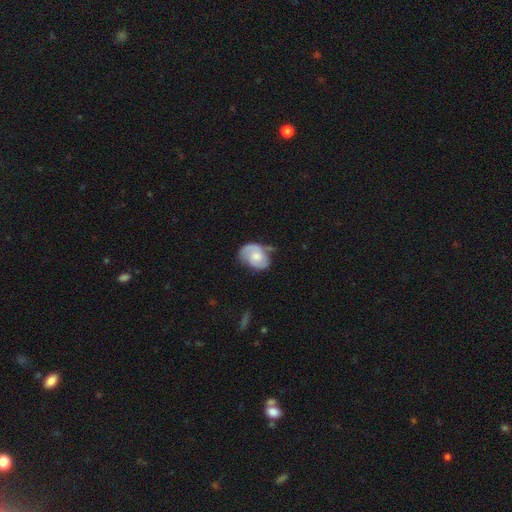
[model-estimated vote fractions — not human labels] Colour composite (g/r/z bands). It shows a featured or disk galaxy (59%) with no bar (71%), spiral arms (83%) and a moderate central bulge (51%). Merging: none (53%).